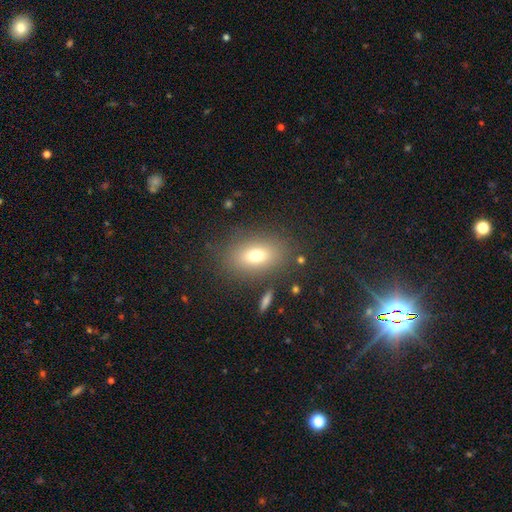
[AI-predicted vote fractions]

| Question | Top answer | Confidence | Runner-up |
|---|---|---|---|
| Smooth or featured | smooth | 71% | featured or disk (16%) |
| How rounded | in between | 77% | round (20%) |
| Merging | none | 81% | minor disturbance (10%) |